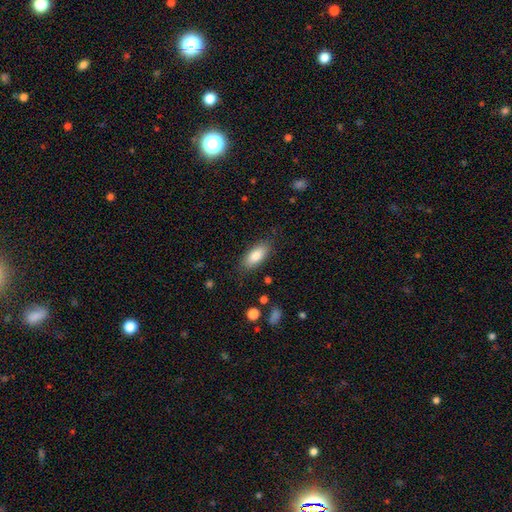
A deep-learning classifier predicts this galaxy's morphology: Smooth or featured?
  - smooth: 84% *
  - featured or disk: 9%
  - star or artifact: 7%
How rounded?
  - in between: 83% *
  - cigar-shaped: 15%
  - round: 2%
Merging?
  - none: 83% *
  - minor disturbance: 12%
  - major disturbance: 3%
  - merger: 1%